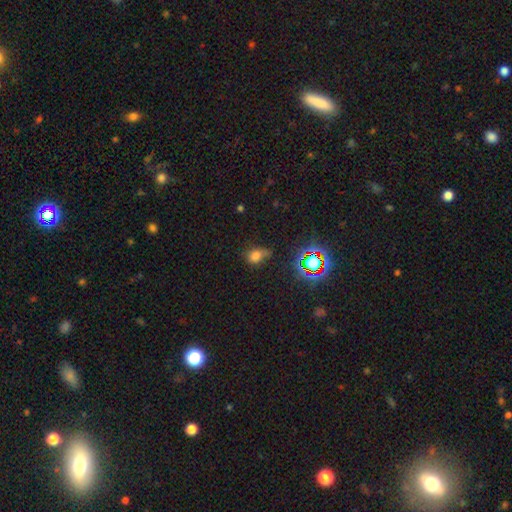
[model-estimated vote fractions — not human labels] Morphology: type=smooth (65%); roundness=in between (62%); merging=none (44%).